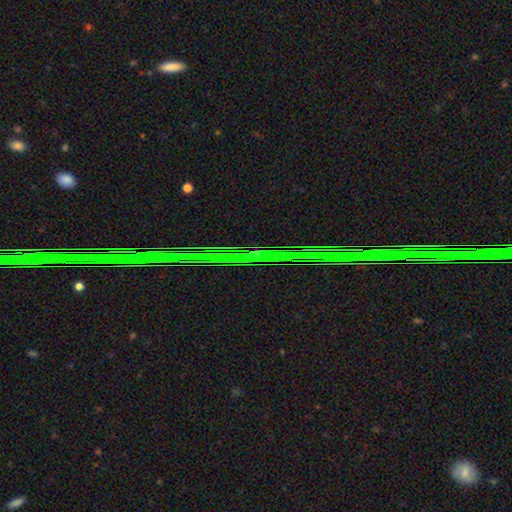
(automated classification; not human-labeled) smooth_or_featured: star or artifact (p=0.87) [alt: featured or disk p=0.08]